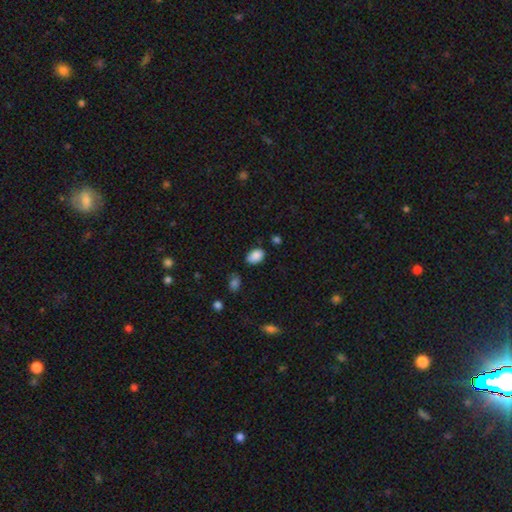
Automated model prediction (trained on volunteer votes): Morphology: type=smooth (87%); roundness=in between (87%); merging=none (76%).